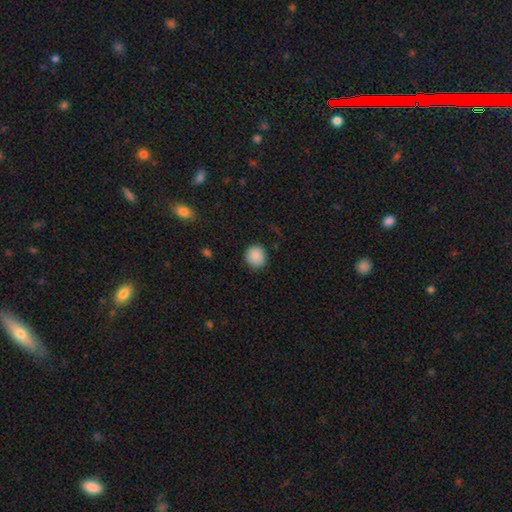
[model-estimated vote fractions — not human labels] Smooth or featured? smooth (89%)
How rounded? round (88%)
Merging? none (87%)